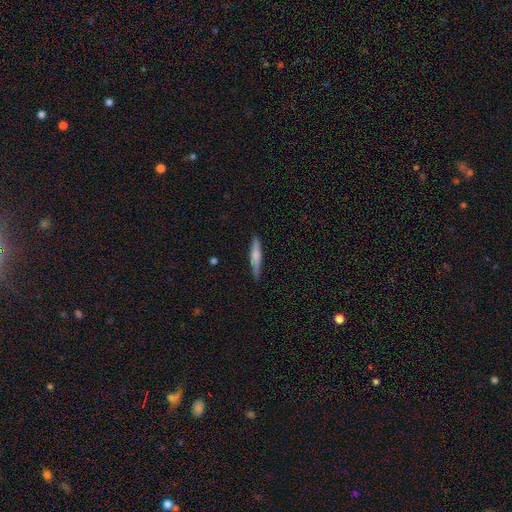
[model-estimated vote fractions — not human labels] Smooth or featured? smooth (56%)
How rounded? cigar-shaped (91%)
Merging? none (88%)